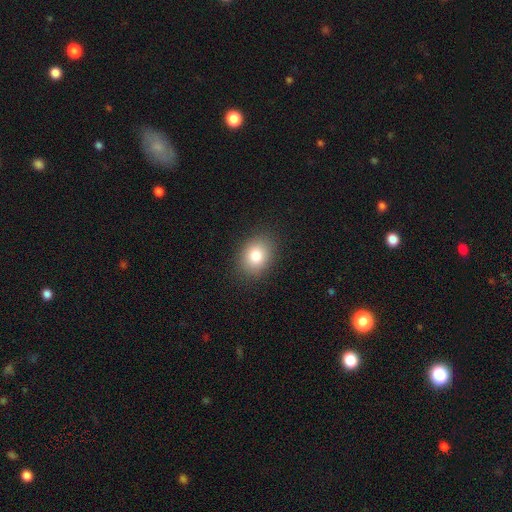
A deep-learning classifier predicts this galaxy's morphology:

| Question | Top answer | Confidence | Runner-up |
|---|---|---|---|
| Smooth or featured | smooth | 82% | star or artifact (10%) |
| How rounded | in between | 56% | round (43%) |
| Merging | none | 88% | minor disturbance (8%) |